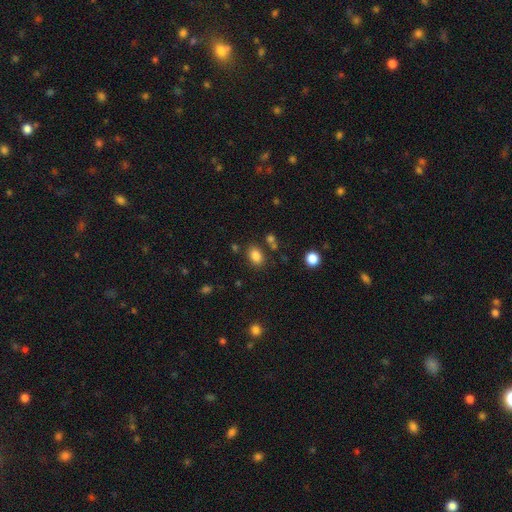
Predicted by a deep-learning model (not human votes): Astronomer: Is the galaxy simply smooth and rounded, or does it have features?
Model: smooth — 84%.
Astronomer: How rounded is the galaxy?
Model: in between — 73%.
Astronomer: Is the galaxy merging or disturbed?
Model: none — 79%.